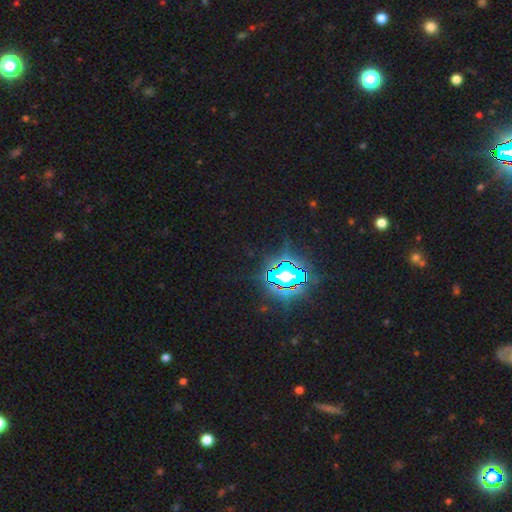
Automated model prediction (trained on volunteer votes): smooth_or_featured: star or artifact (p=0.82) [alt: smooth p=0.10]